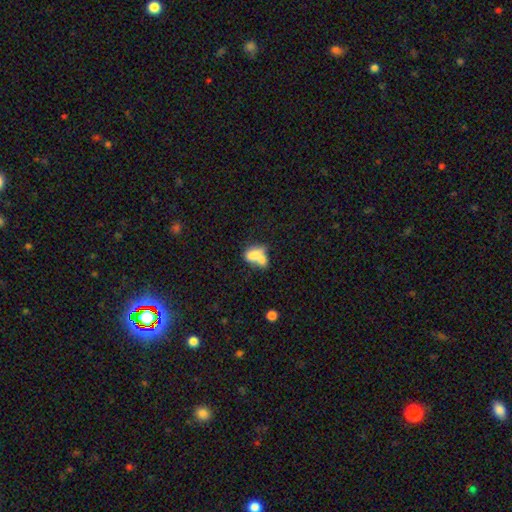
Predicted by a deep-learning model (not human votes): A smooth galaxy with no disk features (72%) that is in between round and cigar-shaped (81%).

Vote fractions:
- Smooth or featured? smooth: 72% / featured or disk: 19% / star or artifact: 9%
- How rounded? in between: 81% / round: 16% / cigar-shaped: 3%
- Merging? merger: 67% / none: 18% / minor disturbance: 9% / major disturbance: 7%